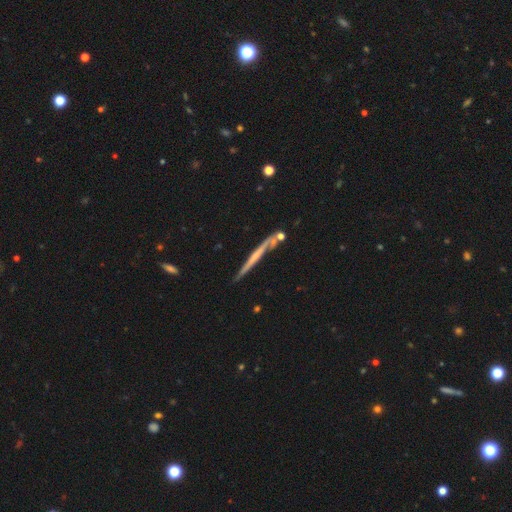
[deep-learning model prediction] featured or disk 63%, smooth 31%, star or artifact 6%. Down the decision tree: edge-on disk — yes (93%); edge-on bulge — none (70%); merging — none (65%).